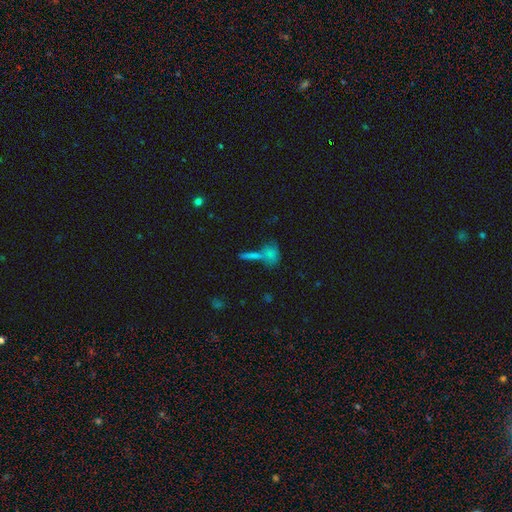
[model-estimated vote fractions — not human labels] smooth 62%, star or artifact 19%, featured or disk 19%. Down the decision tree: how rounded — in between (47%); merging — none (49%).